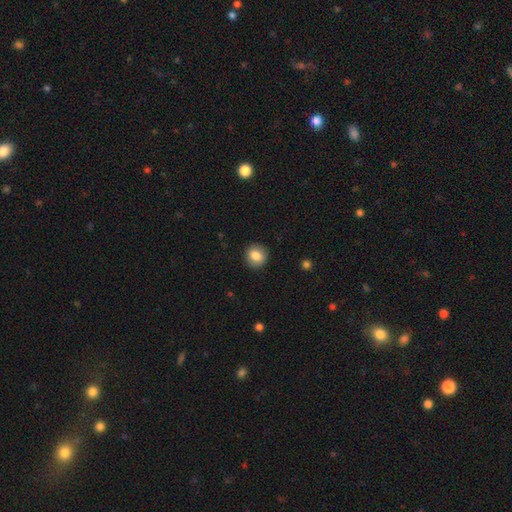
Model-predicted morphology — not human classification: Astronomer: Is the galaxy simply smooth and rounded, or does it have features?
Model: smooth — 83%.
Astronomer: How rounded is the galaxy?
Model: round — 84%.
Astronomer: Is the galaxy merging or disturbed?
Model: none — 90%.